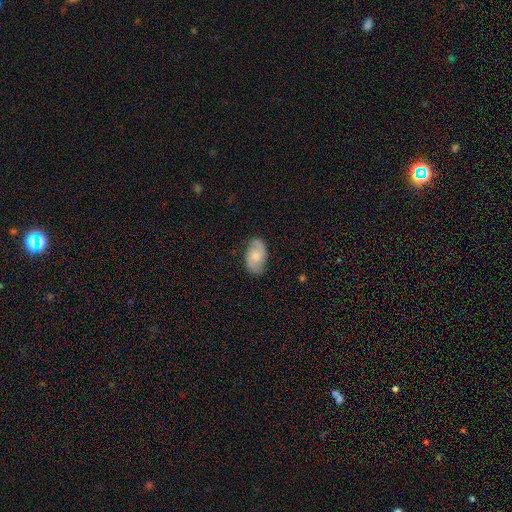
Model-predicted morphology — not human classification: Q: Smooth or featured?
A: featured or disk (59%); runner-up: smooth (34%)
Q: Edge-on disk?
A: no (96%); runner-up: yes (4%)
Q: Bar?
A: no (60%); runner-up: weak (35%)
Q: Spiral arms?
A: yes (92%); runner-up: no (8%)
Q: Spiral winding?
A: medium (46%); runner-up: loose (32%)
Q: Spiral arm count?
A: 2 (88%); runner-up: can't tell (6%)
Q: Bulge size?
A: moderate (46%); runner-up: small (38%)
Q: Merging?
A: none (79%); runner-up: minor disturbance (16%)